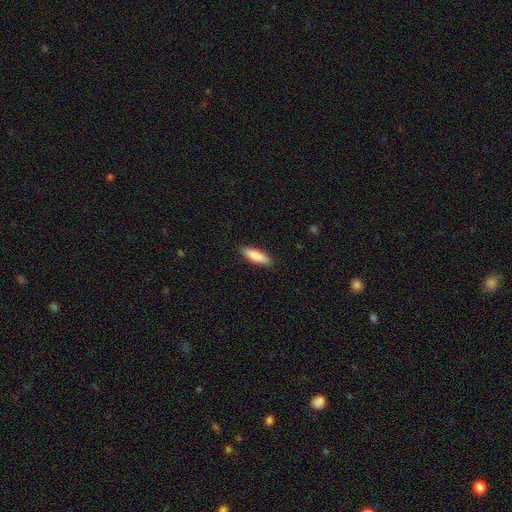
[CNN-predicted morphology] smooth 87%, featured or disk 8%, star or artifact 5%. Down the decision tree: how rounded — cigar-shaped (52%); merging — none (89%).